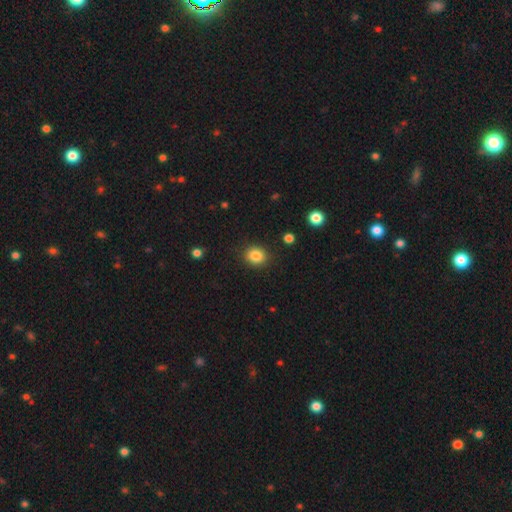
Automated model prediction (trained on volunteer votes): smooth 85%, star or artifact 10%, featured or disk 5%. Down the decision tree: how rounded — round (75%); merging — none (89%).